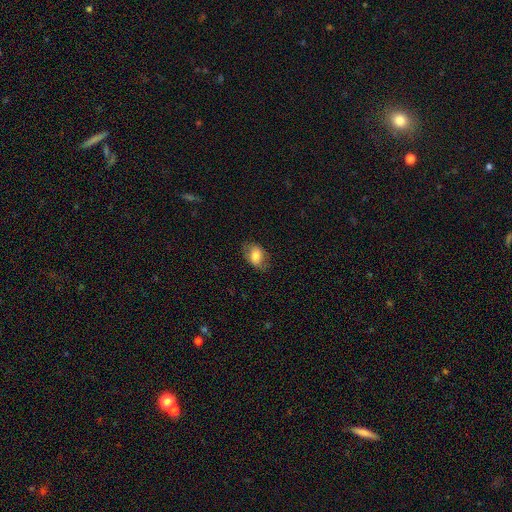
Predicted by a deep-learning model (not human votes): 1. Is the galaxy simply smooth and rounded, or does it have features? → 75% smooth, 18% featured or disk, 8% star or artifact.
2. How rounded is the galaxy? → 83% in between, 16% round, 1% cigar-shaped.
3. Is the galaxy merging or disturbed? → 74% none, 19% minor disturbance, 6% major disturbance, 1% merger.